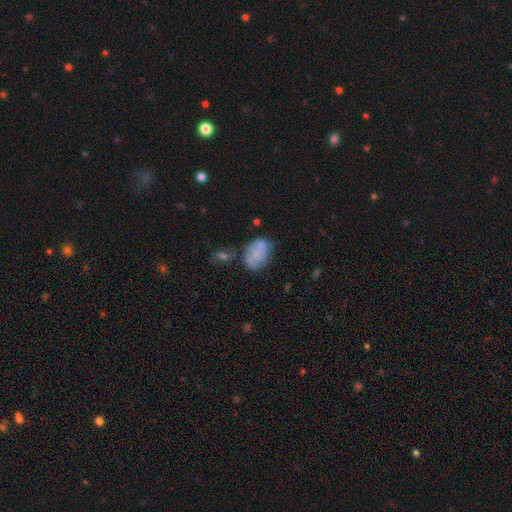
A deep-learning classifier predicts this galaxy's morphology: This appears to be a smooth galaxy with no disk features (63%) that is in between round and cigar-shaped (72%). Merging: none (45%).